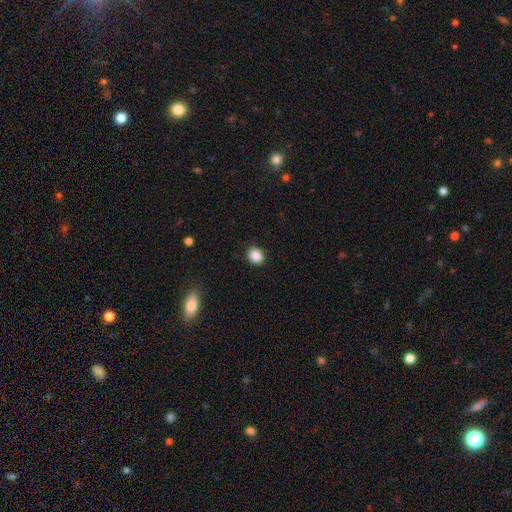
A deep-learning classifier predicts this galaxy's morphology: This is clearly a smooth galaxy (88%). How rounded: likely round (60%). Merging: clearly none (87%).